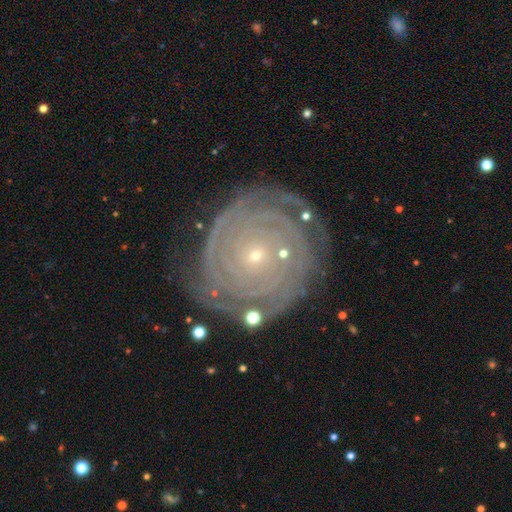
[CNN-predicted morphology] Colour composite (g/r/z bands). It shows a featured or disk galaxy (88%) with no bar (80%), tight (90%) spiral arms (97%) and a small central bulge (87%). Merging: none (79%).